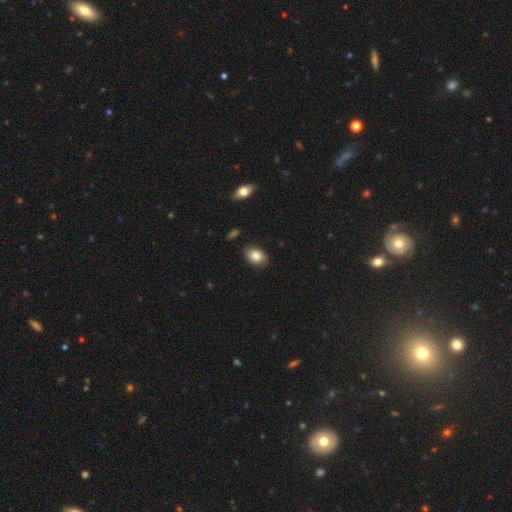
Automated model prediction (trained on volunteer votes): Morphology: type=smooth (84%); roundness=in between (81%); merging=none (86%).